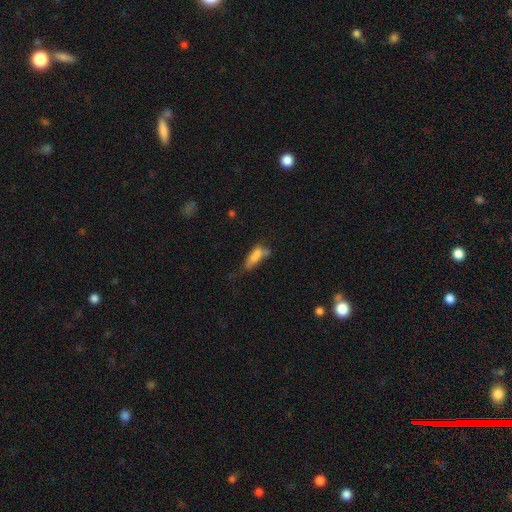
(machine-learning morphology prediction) type=smooth (64%); roundness=in between (62%); merging=merger (30%).